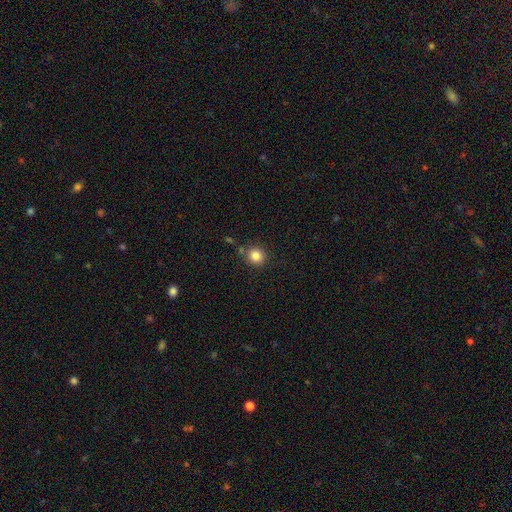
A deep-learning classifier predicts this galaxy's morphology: Q: Smooth or featured?
A: smooth (84%); runner-up: star or artifact (11%)
Q: How rounded?
A: round (87%); runner-up: in between (12%)
Q: Merging?
A: none (80%); runner-up: minor disturbance (10%)